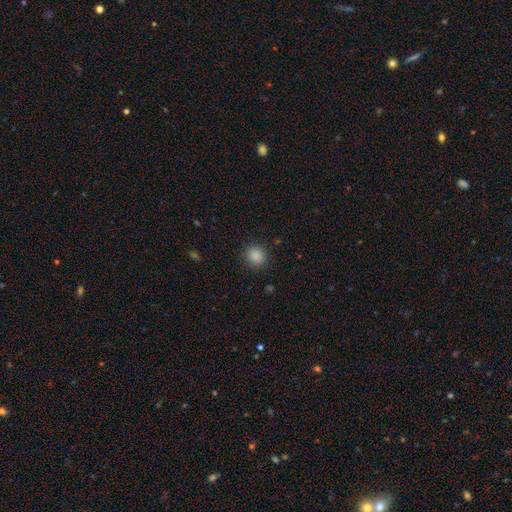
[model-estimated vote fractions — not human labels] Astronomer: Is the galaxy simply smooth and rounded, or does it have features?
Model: smooth — 86%.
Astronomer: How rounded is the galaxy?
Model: round — 86%.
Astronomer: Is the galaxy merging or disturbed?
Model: none — 89%.